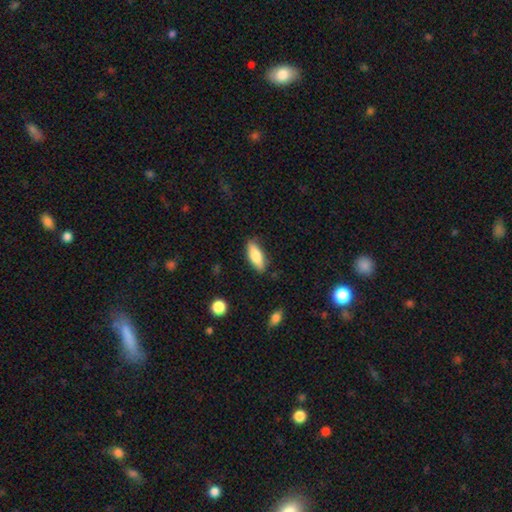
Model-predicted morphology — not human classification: This appears to be a smooth galaxy with no disk features (78%) that is in between round and cigar-shaped (68%). Merging: none (84%).